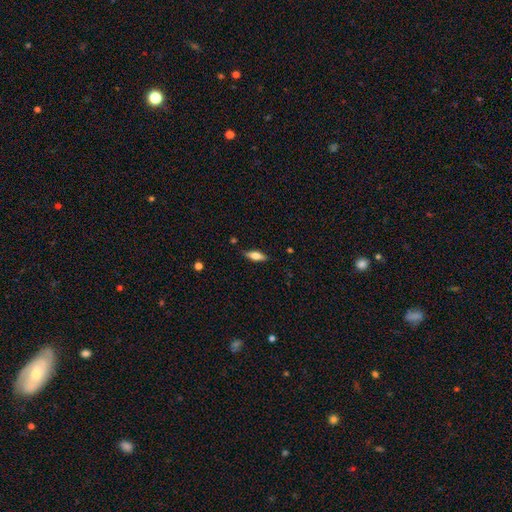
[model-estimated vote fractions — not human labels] Q: Smooth or featured?
A: smooth (62%); runner-up: featured or disk (31%)
Q: How rounded?
A: in between (62%); runner-up: cigar-shaped (35%)
Q: Merging?
A: none (84%); runner-up: minor disturbance (12%)